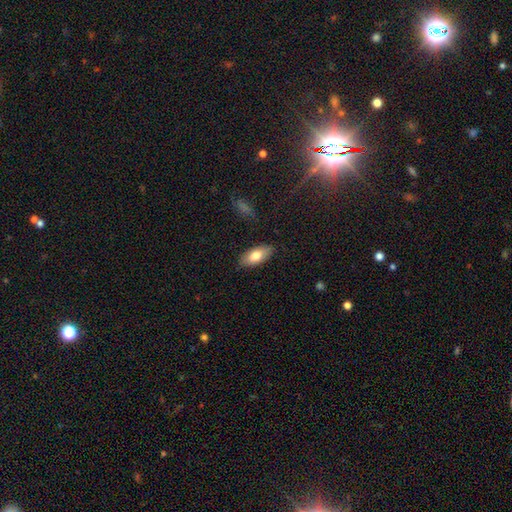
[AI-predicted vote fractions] This appears to be a smooth galaxy with no disk features (78%) that is in between round and cigar-shaped (88%). Merging: none (86%).